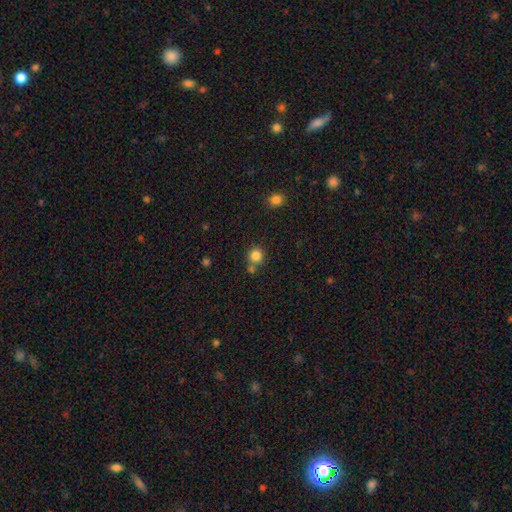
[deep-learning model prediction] This appears to be a smooth galaxy with no disk features (83%) that is round (89%). Merging: none (67%).